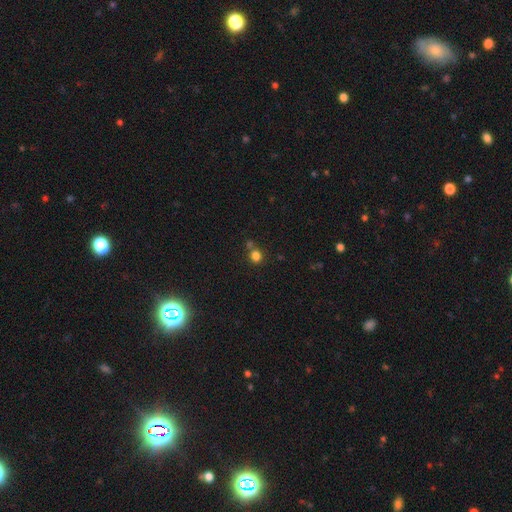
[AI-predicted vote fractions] Smooth or featured: smooth — 79% (star or artifact — 15%)
How rounded: round — 79% (in between — 20%)
Merging: none — 65% (merger — 21%)